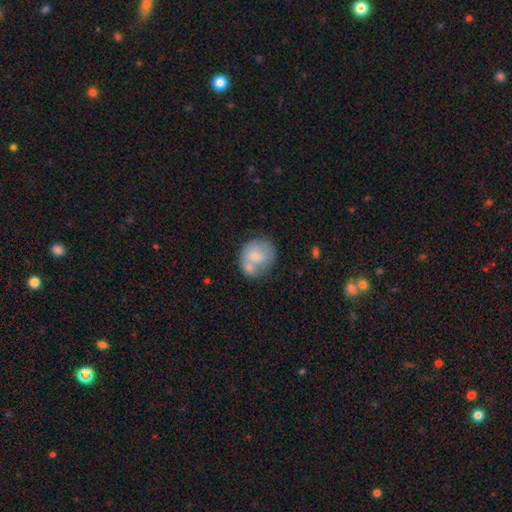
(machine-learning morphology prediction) Overall: smooth (64%; featured or disk 29%). How rounded: round (78%). Merging: none (42%; merger 34%).